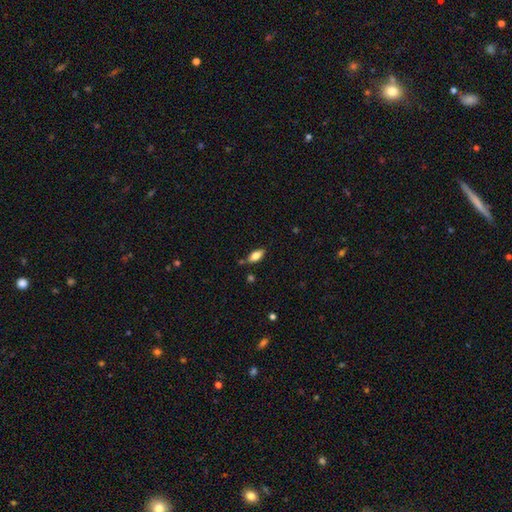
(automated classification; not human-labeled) smooth_or_featured: smooth (p=0.71) [alt: featured or disk p=0.21]
how_rounded: in between (p=0.83) [alt: cigar-shaped p=0.15]
merging: none (p=0.76) [alt: minor disturbance p=0.15]